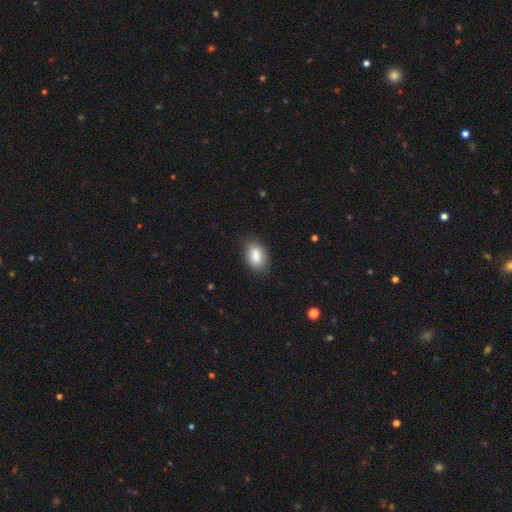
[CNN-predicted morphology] smooth 86%, featured or disk 7%, star or artifact 7%. Down the decision tree: how rounded — in between (91%); merging — none (82%).